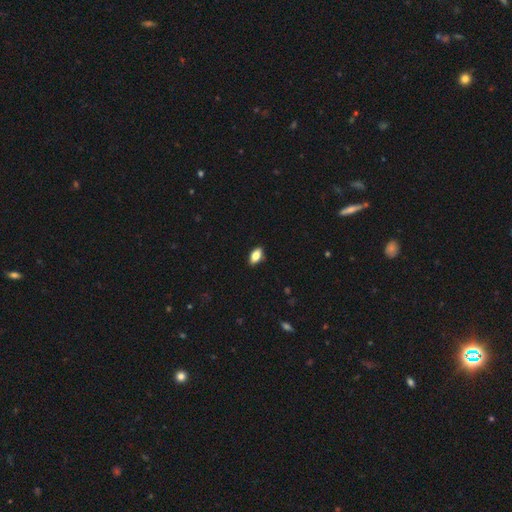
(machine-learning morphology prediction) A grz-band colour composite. It shows a smooth galaxy with no disk features (81%) that is in between round and cigar-shaped (90%). Merging: none (88%).